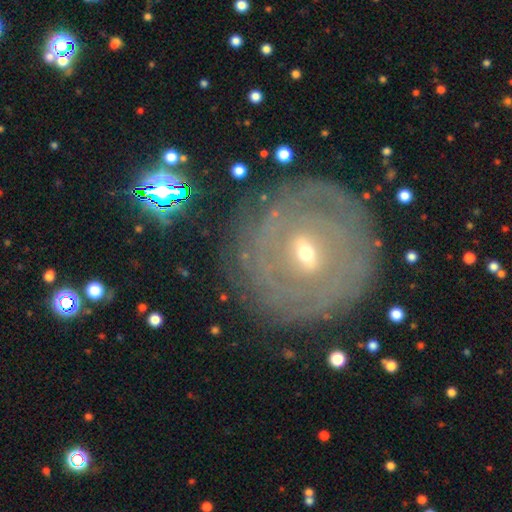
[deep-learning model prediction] Smooth or featured? Predicted: featured or disk (p=0.70). Edge-on disk? Predicted: no (p=0.94). Bar? Predicted: weak (p=0.45). Spiral arms? Predicted: yes (p=0.70). Bulge size? Predicted: small (p=0.61). Merging? Predicted: none (p=0.84).